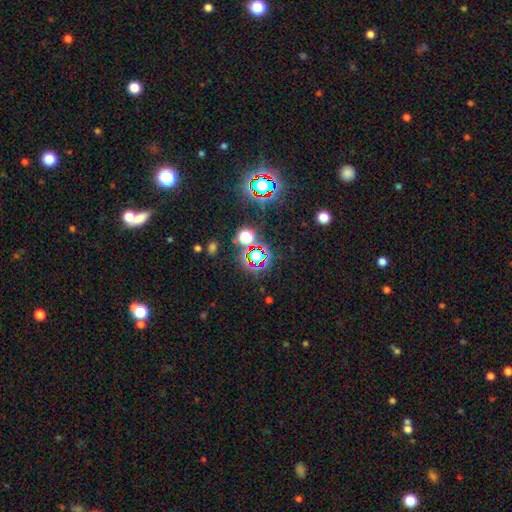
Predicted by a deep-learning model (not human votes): Q: Smooth or featured?
A: star or artifact (70%); runner-up: smooth (22%)